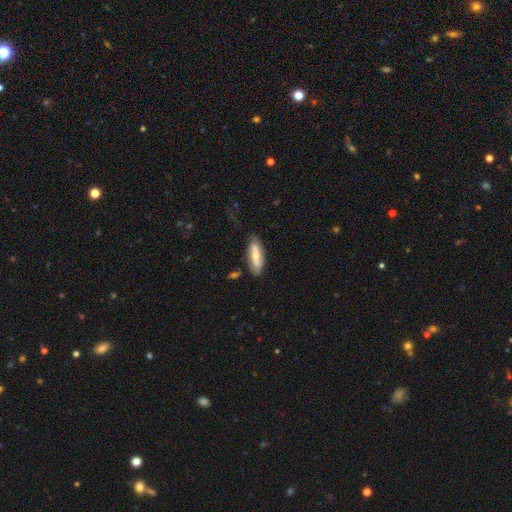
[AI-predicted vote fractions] A smooth galaxy with no disk features (52%) that is in between round and cigar-shaped (57%).

Vote fractions:
- Smooth or featured? smooth: 52% / featured or disk: 42% / star or artifact: 6%
- How rounded? in between: 57% / cigar-shaped: 40% / round: 2%
- Merging? none: 75% / minor disturbance: 18% / major disturbance: 5% / merger: 3%